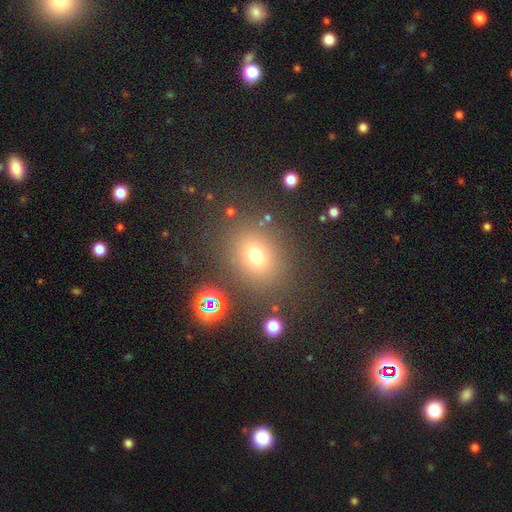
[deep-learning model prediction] Morphology: type=smooth (68%); roundness=round (53%); merging=none (82%).